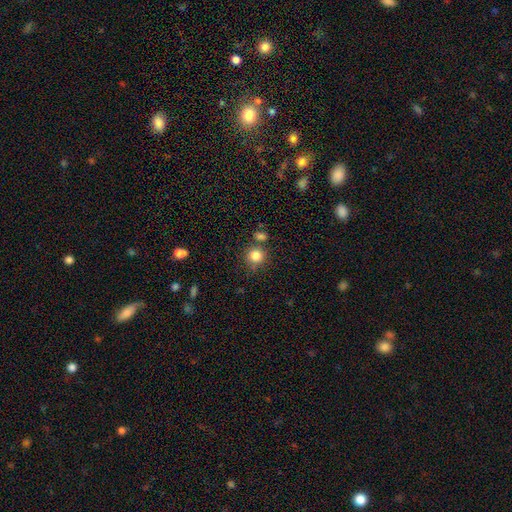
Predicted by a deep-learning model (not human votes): This is clearly a smooth galaxy (84%). How rounded: clearly round (90%). Merging: likely none (72%).